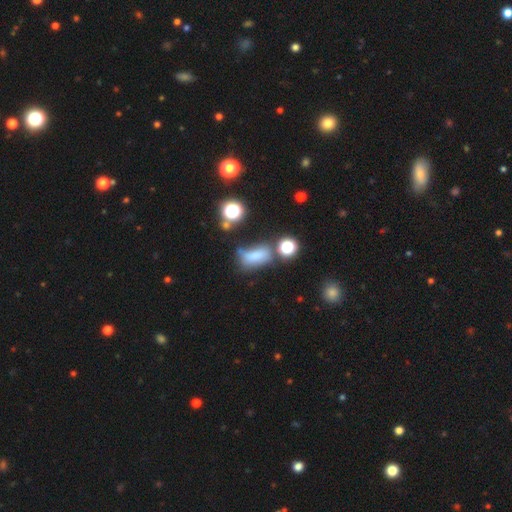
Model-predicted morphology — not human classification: This appears to be a smooth galaxy with no disk features (65%) that is in between round and cigar-shaped (77%). Merging: none (34%).